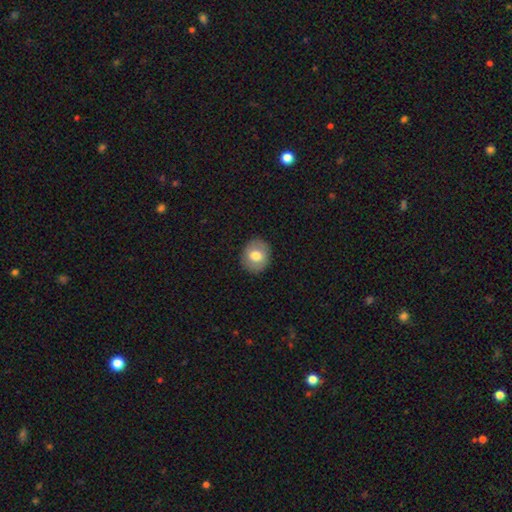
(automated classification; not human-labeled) Morphology: type=smooth (71%); roundness=round (74%); merging=none (88%).